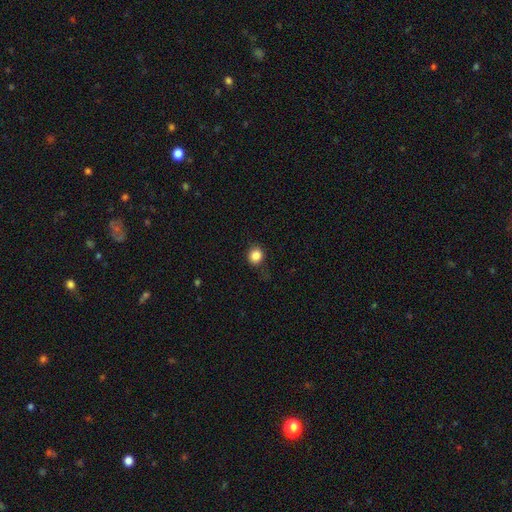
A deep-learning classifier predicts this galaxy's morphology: Smooth or featured?
  - smooth: 85% *
  - star or artifact: 10%
  - featured or disk: 5%
How rounded?
  - round: 81% *
  - in between: 18%
  - cigar-shaped: 1%
Merging?
  - none: 79% *
  - minor disturbance: 15%
  - major disturbance: 4%
  - merger: 1%